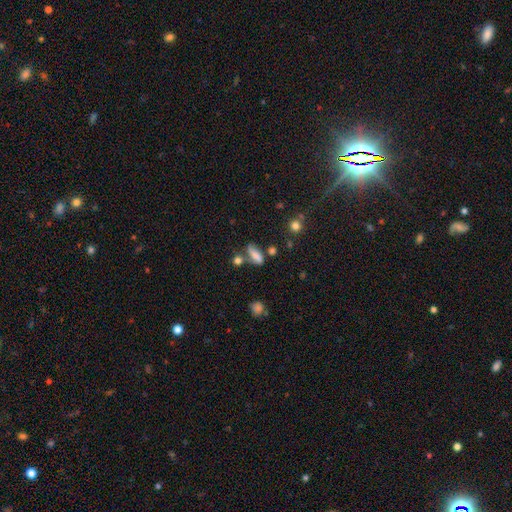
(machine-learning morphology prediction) smooth_or_featured: smooth (p=0.65) [alt: featured or disk p=0.24]
how_rounded: in between (p=0.69) [alt: cigar-shaped p=0.24]
merging: none (p=0.46) [alt: minor disturbance p=0.23]